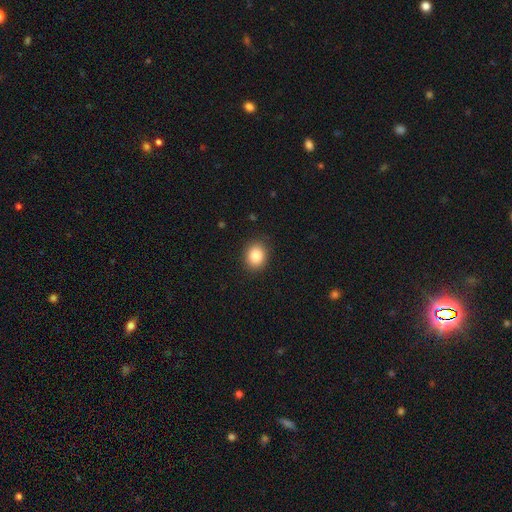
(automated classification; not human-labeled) Morphology: type=smooth (86%); roundness=round (61%); merging=none (89%).